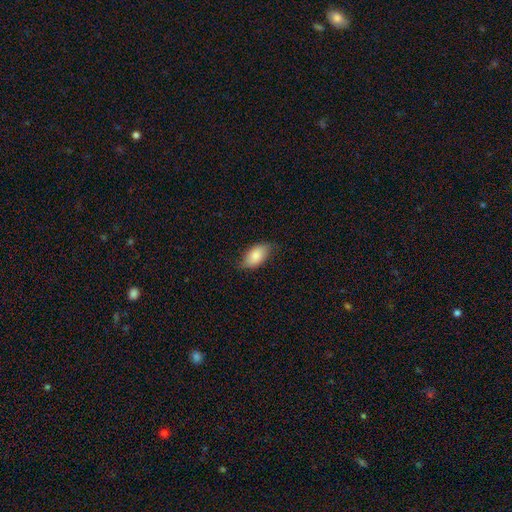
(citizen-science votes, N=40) Smooth or featured?
  - smooth: 85% *
  - featured or disk: 10%
  - star or artifact: 5%
How rounded?
  - in between: 91% *
  - round: 6%
  - cigar-shaped: 3%
Merging?
  - none: 71% *
  - minor disturbance: 18%
  - major disturbance: 8%
  - merger: 3%